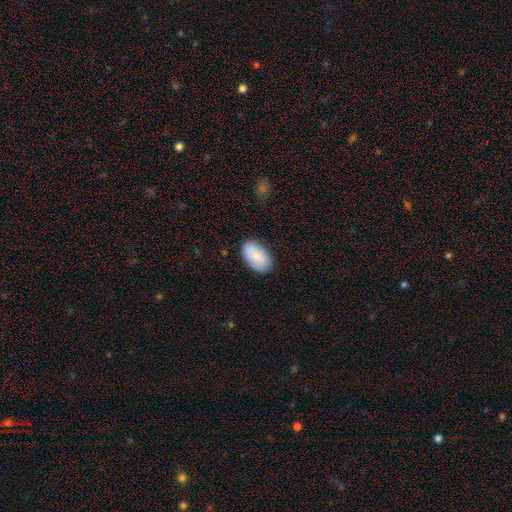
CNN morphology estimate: smooth-or-featured: smooth: 79% | featured or disk: 15% | star or artifact: 6%
  how-rounded: in between: 93% | round: 5% | cigar-shaped: 1%
  merging: none: 76% | minor disturbance: 18% | major disturbance: 3% | merger: 2%